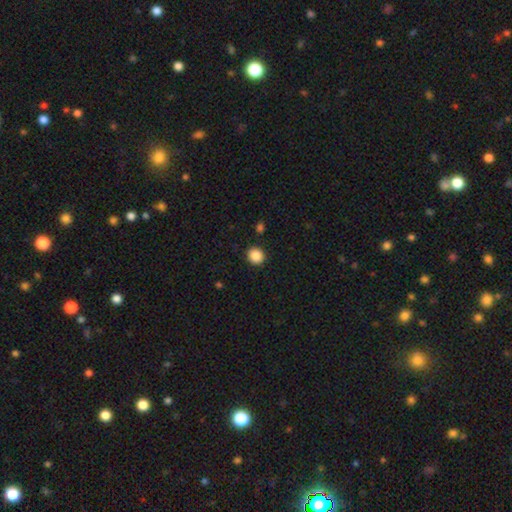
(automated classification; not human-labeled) Q: Smooth or featured?
A: smooth (88%); runner-up: star or artifact (9%)
Q: How rounded?
A: round (85%); runner-up: in between (14%)
Q: Merging?
A: none (91%); runner-up: minor disturbance (6%)